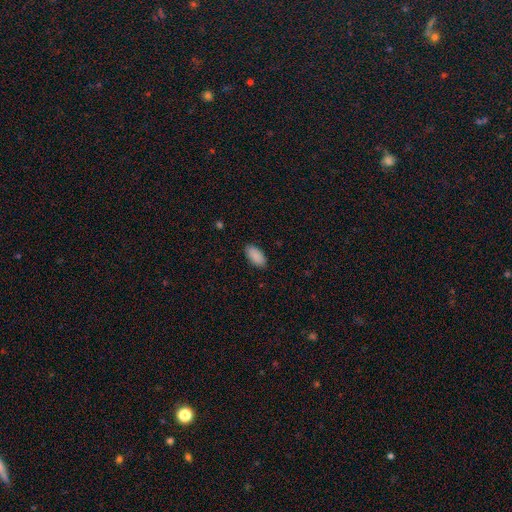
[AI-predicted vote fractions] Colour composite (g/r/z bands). It shows a smooth galaxy with no disk features (90%) that is in between round and cigar-shaped (93%). Merging: none (88%).